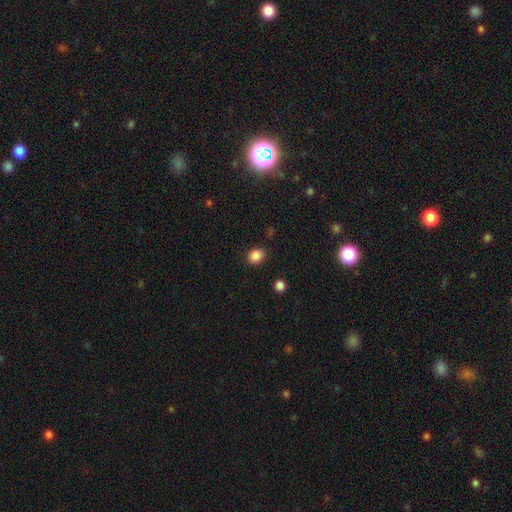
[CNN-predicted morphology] smooth 86%, star or artifact 10%, featured or disk 3%. Down the decision tree: how rounded — round (57%); merging — none (86%).